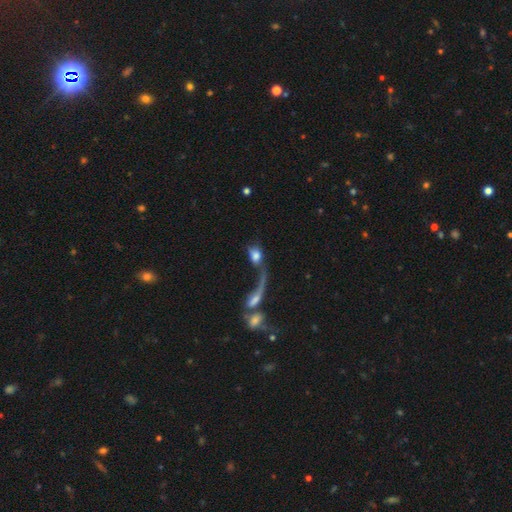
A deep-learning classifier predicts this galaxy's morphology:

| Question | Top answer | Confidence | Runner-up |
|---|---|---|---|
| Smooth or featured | smooth | 59% | featured or disk (31%) |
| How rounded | in between | 72% | round (21%) |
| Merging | merger | 56% | major disturbance (23%) |